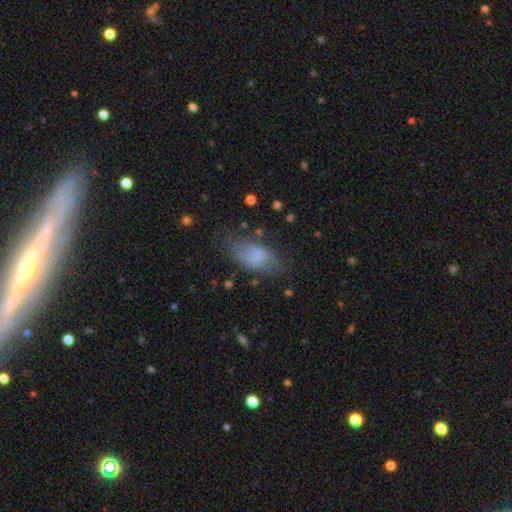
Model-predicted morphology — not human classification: smooth-or-featured: smooth: 71% | featured or disk: 20% | star or artifact: 8%
  how-rounded: in between: 90% | cigar-shaped: 6% | round: 5%
  merging: none: 62% | minor disturbance: 25% | major disturbance: 11% | merger: 2%